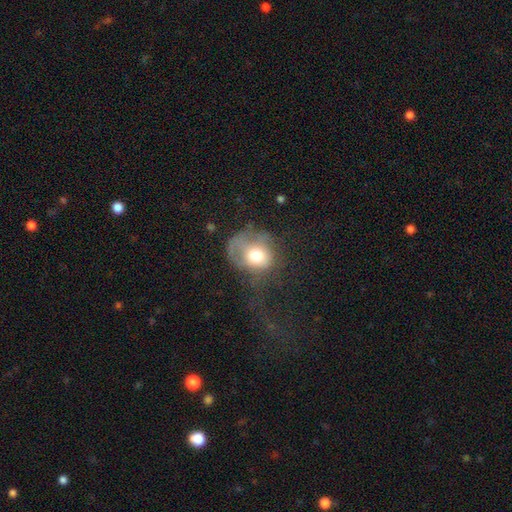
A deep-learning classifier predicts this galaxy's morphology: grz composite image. It shows a smooth galaxy with no disk features (65%) that is round (67%). Merging: major disturbance (41%).